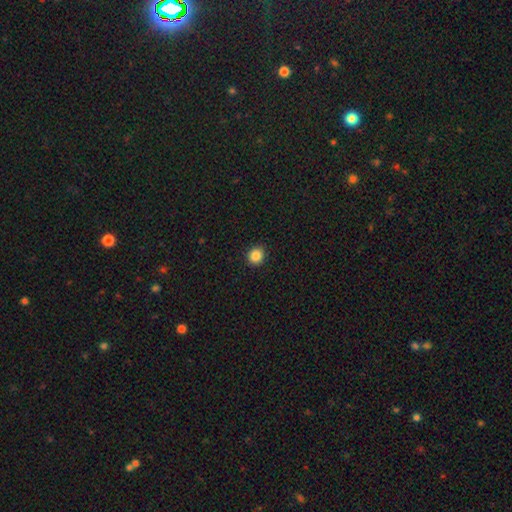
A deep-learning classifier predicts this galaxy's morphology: Smooth or featured? Predicted: smooth (p=0.86). How rounded? Predicted: round (p=0.87). Merging? Predicted: none (p=0.91).